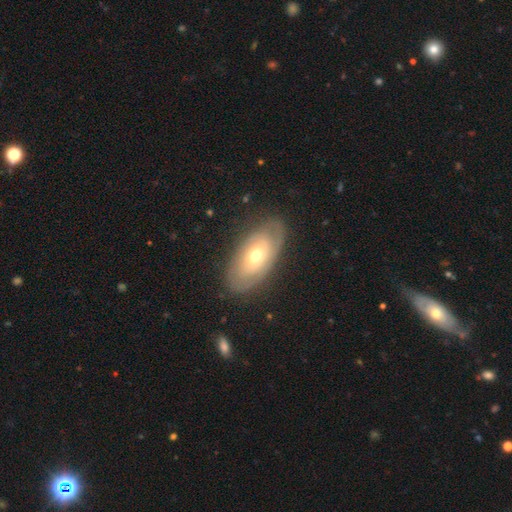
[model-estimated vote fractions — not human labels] Q: Smooth or featured?
A: featured or disk (59%); runner-up: smooth (34%)
Q: Edge-on disk?
A: no (89%); runner-up: yes (11%)
Q: Bar?
A: no (82%); runner-up: weak (14%)
Q: Spiral arms?
A: yes (55%); runner-up: no (45%)
Q: Bulge size?
A: moderate (52%); runner-up: small (44%)
Q: Merging?
A: none (79%); runner-up: minor disturbance (15%)